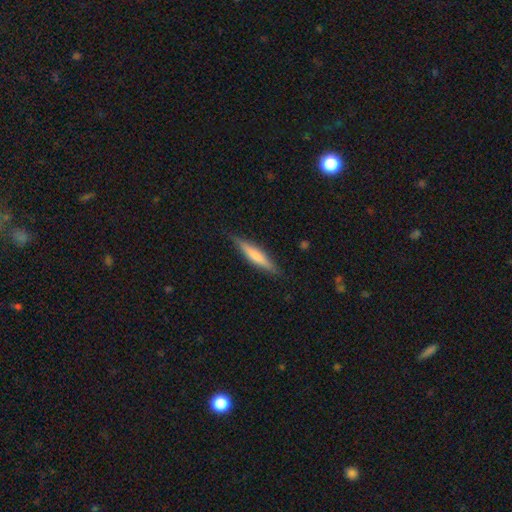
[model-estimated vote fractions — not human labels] Smooth or featured? smooth (58%)
How rounded? cigar-shaped (89%)
Merging? none (86%)